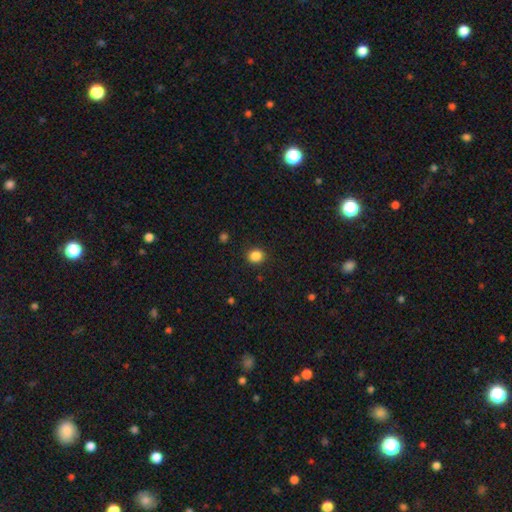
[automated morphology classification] This appears to be a smooth galaxy with no disk features (86%) that is round (81%). Merging: none (90%).